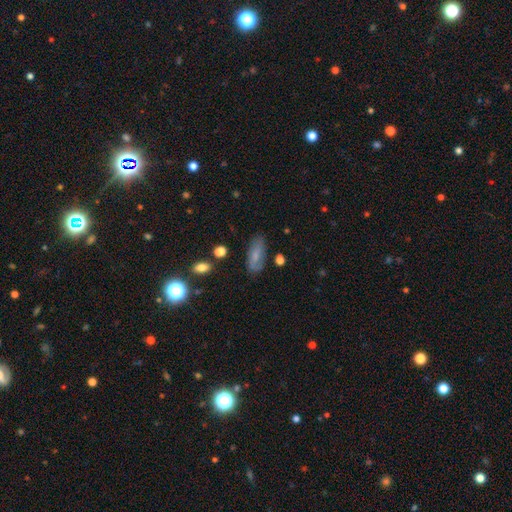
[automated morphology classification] Smooth or featured? smooth (61%)
How rounded? in between (80%)
Merging? none (71%)